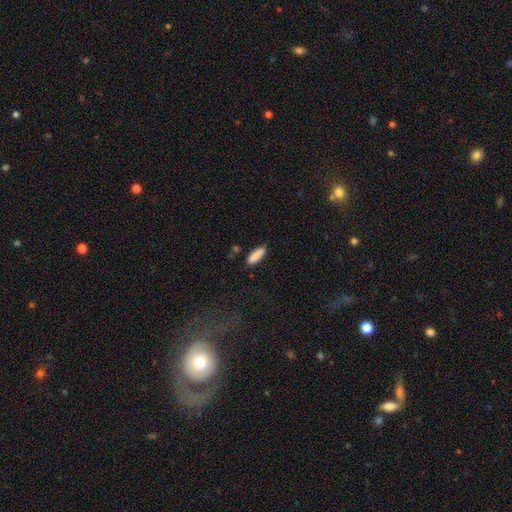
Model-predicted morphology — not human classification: The model was most divided on "how rounded": in between: 51%, cigar-shaped: 48%, round: 2%. More confident: smooth or featured — smooth (88%); merging — none (84%).